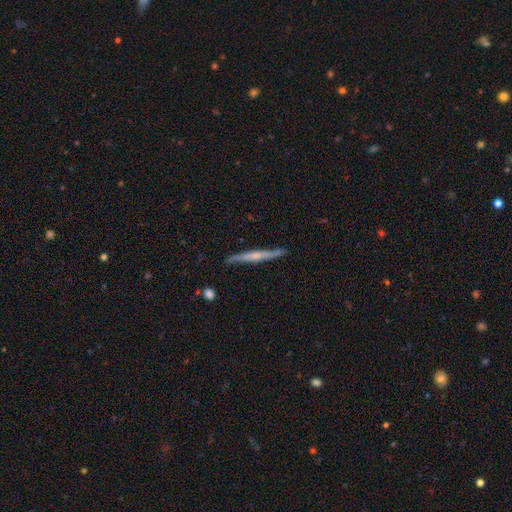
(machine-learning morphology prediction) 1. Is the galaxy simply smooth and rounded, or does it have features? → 62% featured or disk, 32% smooth, 6% star or artifact.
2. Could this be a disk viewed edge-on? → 95% yes, 5% no.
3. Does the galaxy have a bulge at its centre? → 47% rounded, 44% none, 10% boxy.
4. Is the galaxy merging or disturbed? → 85% none, 12% minor disturbance, 2% major disturbance, 2% merger.